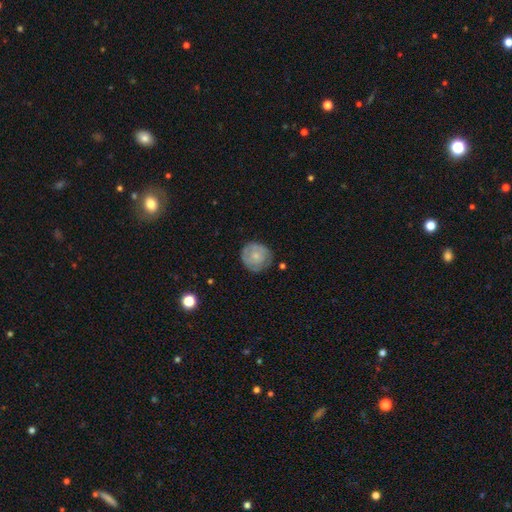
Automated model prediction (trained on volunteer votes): This appears to be a smooth galaxy with no disk features (58%) that is round (90%). Merging: none (74%).